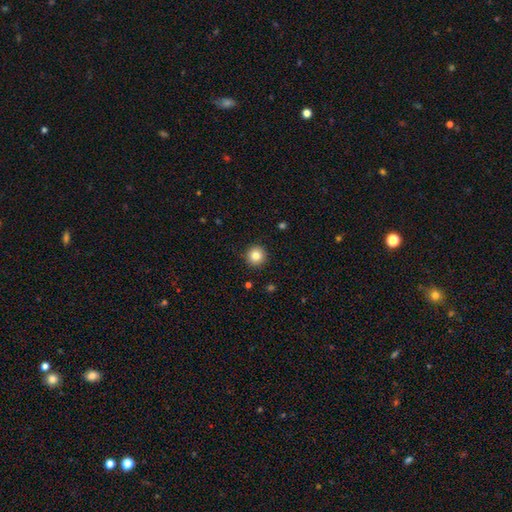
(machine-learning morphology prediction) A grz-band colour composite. It shows a smooth galaxy with no disk features (83%) that is round (95%). Merging: none (92%).